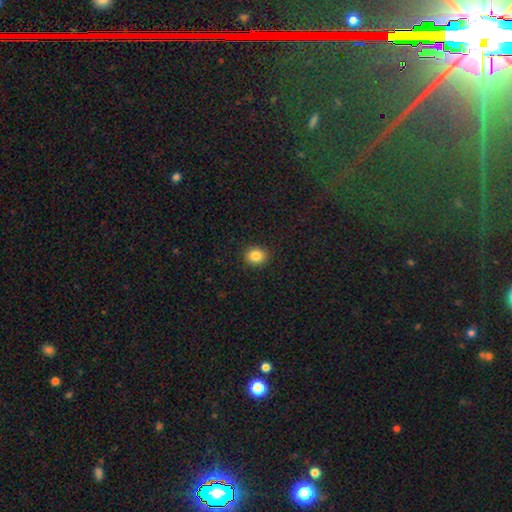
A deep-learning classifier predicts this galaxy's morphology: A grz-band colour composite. It shows a smooth galaxy with no disk features (84%) that is round (75%). Merging: none (91%).